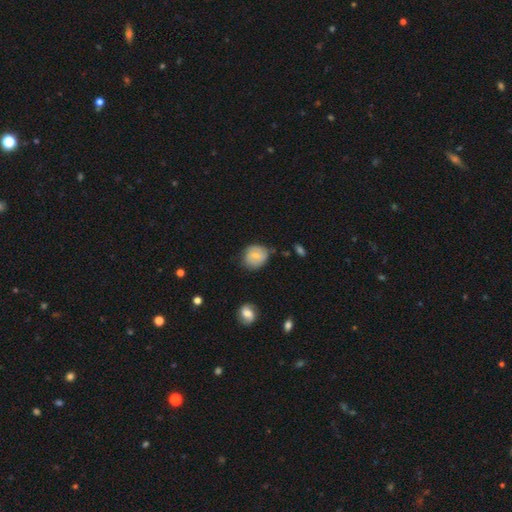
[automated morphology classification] smooth_or_featured: smooth (p=0.59) [alt: featured or disk p=0.33]
how_rounded: round (p=0.73) [alt: in between p=0.26]
merging: none (p=0.67) [alt: minor disturbance p=0.25]